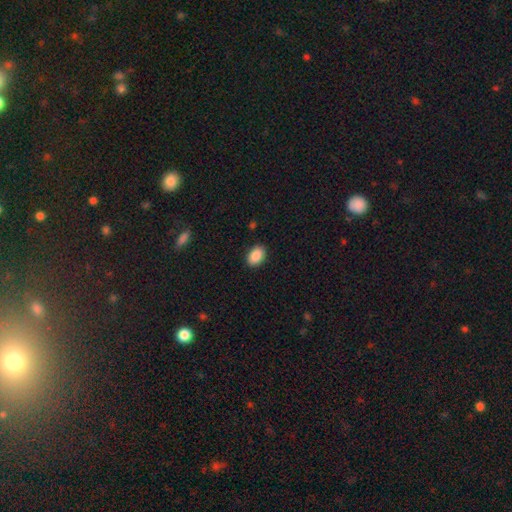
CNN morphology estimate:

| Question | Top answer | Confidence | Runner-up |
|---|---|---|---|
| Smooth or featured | smooth | 89% | star or artifact (8%) |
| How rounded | in between | 85% | round (14%) |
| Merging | none | 89% | minor disturbance (8%) |